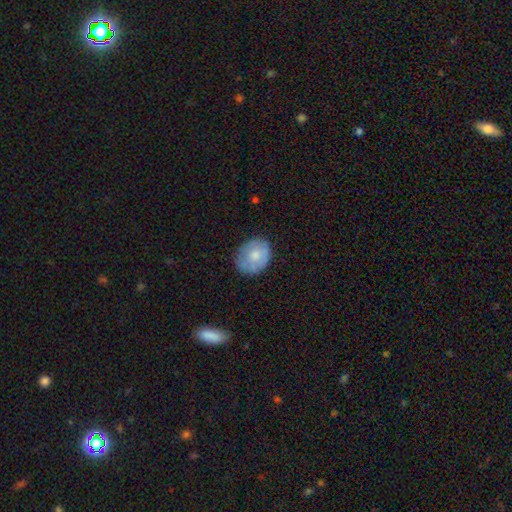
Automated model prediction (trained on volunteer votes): A smooth galaxy with no disk features (74%) that is round (50%). Merging: none (75%).